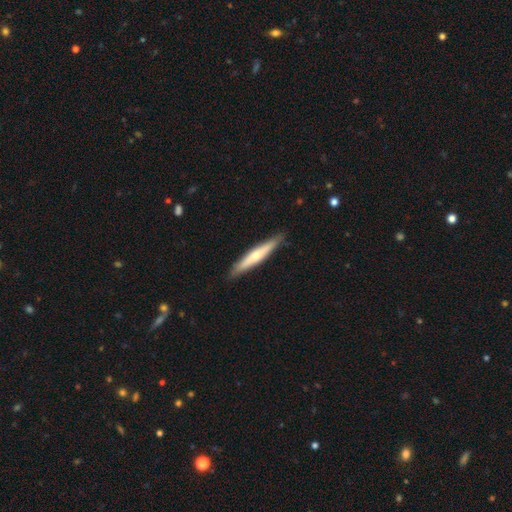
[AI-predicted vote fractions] smooth-or-featured: smooth: 52% | featured or disk: 44% | star or artifact: 5%
  how-rounded: cigar-shaped: 93% | in between: 6% | round: 1%
  merging: none: 89% | minor disturbance: 9% | major disturbance: 1% | merger: 1%